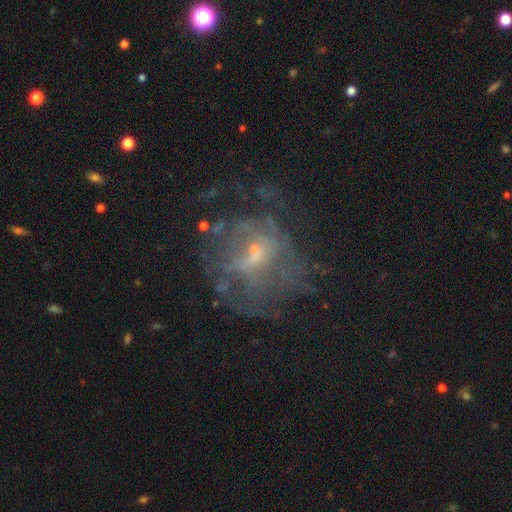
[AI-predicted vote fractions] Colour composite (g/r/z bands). It shows a featured or disk galaxy (62%) with no bar (66%), no spiral arms (61%) and a small central bulge (69%). Merging: none (49%).